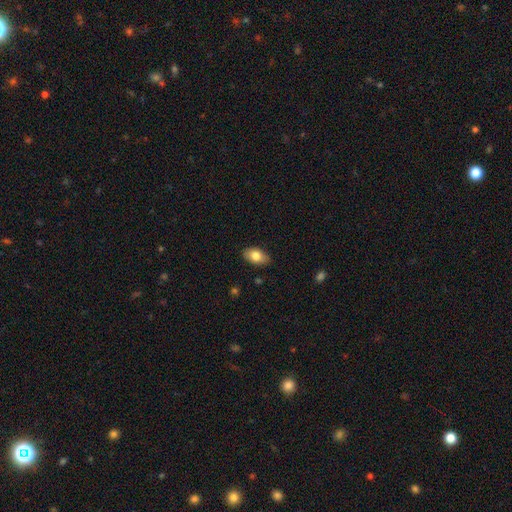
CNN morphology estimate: type=smooth (80%); roundness=in between (91%); merging=none (86%).